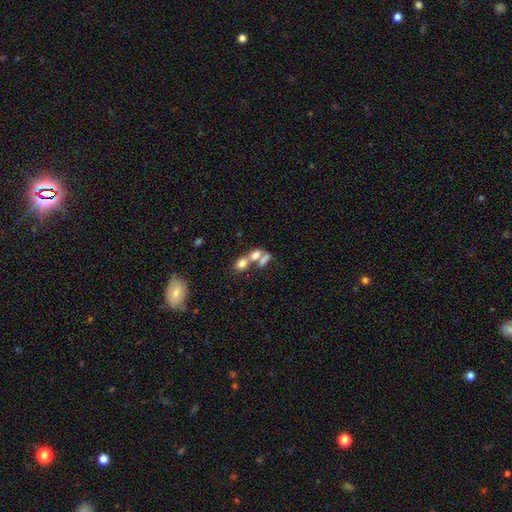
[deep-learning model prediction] Smooth or featured? Predicted: smooth (p=0.69). How rounded? Predicted: in between (p=0.69). Merging? Predicted: merger (p=0.62).